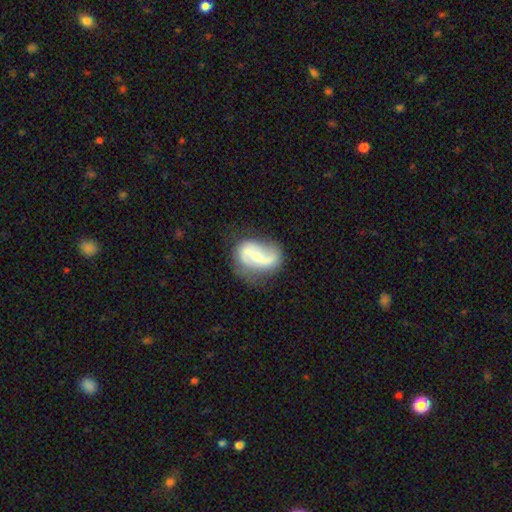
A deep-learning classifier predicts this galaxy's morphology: Smooth or featured? Predicted: featured or disk (p=0.71). Edge-on disk? Predicted: no (p=0.97). Bar? Predicted: weak (p=0.39). Spiral arms? Predicted: yes (p=0.89). Spiral winding? Predicted: loose (p=0.54). Spiral arm count? Predicted: 2 (p=0.78). Bulge size? Predicted: small (p=0.50). Merging? Predicted: none (p=0.55).